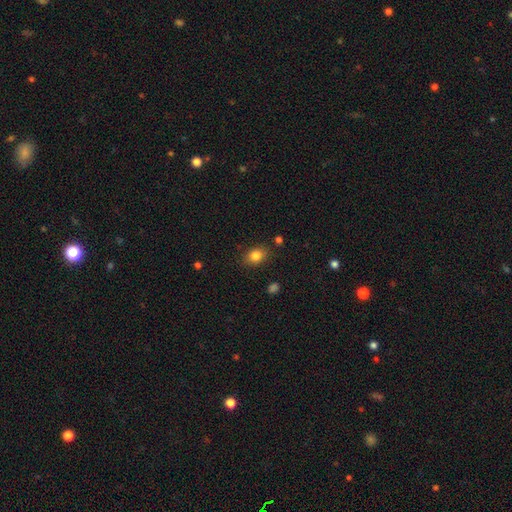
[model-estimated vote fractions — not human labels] Smooth or featured: smooth — 82% (star or artifact — 11%)
How rounded: in between — 64% (round — 35%)
Merging: none — 83% (minor disturbance — 12%)